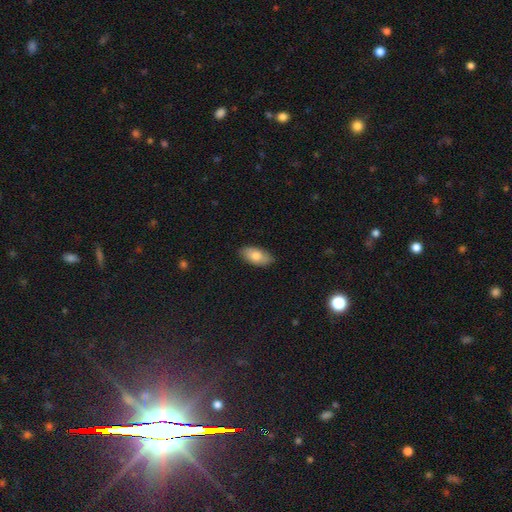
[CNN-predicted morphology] This is likely a smooth galaxy (79%). How rounded: clearly in between (93%). Merging: clearly none (86%).